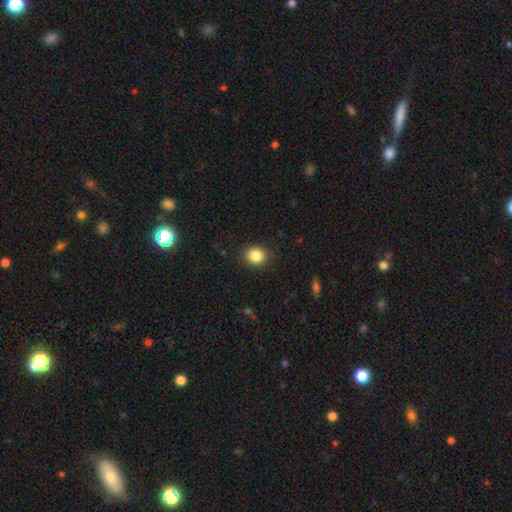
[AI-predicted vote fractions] smooth-or-featured: smooth: 85% | star or artifact: 10% | featured or disk: 5%
  how-rounded: round: 70% | in between: 29% | cigar-shaped: 1%
  merging: none: 89% | minor disturbance: 7% | major disturbance: 2% | merger: 1%